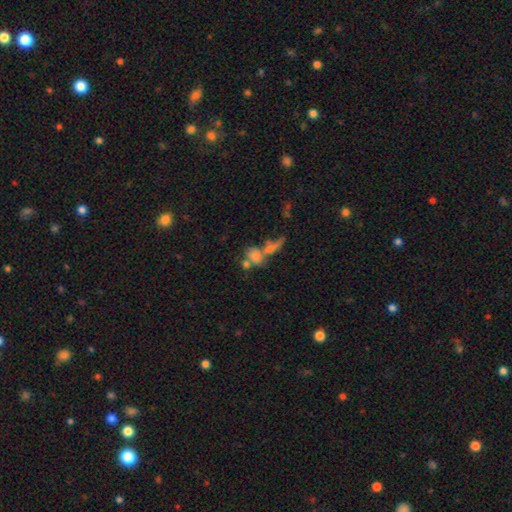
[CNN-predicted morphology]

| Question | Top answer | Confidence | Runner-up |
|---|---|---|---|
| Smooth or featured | smooth | 61% | featured or disk (22%) |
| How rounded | in between | 56% | round (36%) |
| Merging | merger | 52% | none (26%) |